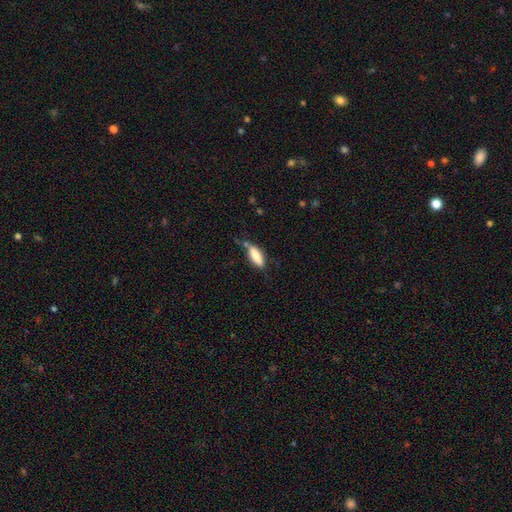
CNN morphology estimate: Smooth or featured?
  - smooth: 81% *
  - featured or disk: 12%
  - star or artifact: 7%
How rounded?
  - in between: 65% *
  - cigar-shaped: 33%
  - round: 2%
Merging?
  - none: 52% *
  - minor disturbance: 30%
  - major disturbance: 10%
  - merger: 8%